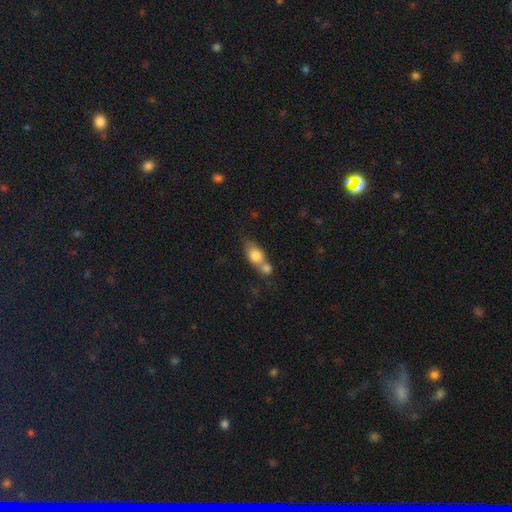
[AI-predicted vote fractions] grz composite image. It shows a smooth galaxy with no disk features (74%) that is in between round and cigar-shaped (67%). Merging: merger (57%).